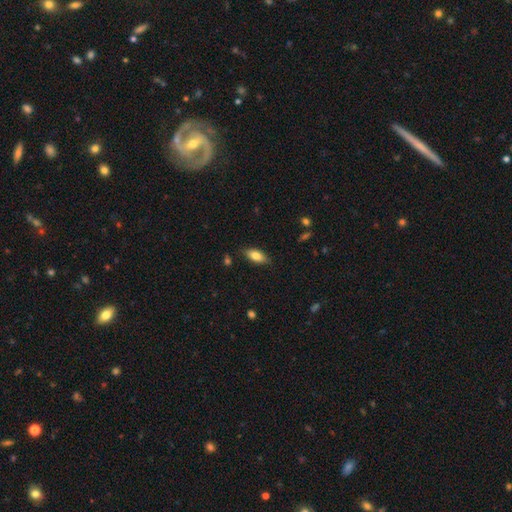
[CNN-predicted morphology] Q: Smooth or featured?
A: smooth (79%); runner-up: featured or disk (14%)
Q: How rounded?
A: in between (86%); runner-up: cigar-shaped (12%)
Q: Merging?
A: none (84%); runner-up: minor disturbance (13%)